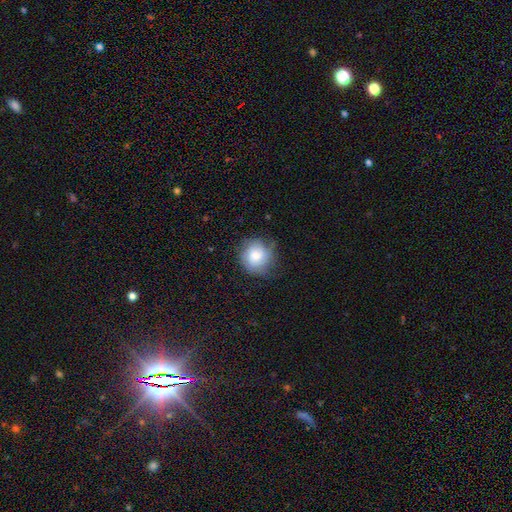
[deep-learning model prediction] Smooth or featured?
  - smooth: 61% *
  - featured or disk: 31%
  - star or artifact: 8%
How rounded?
  - round: 86% *
  - in between: 13%
  - cigar-shaped: 1%
Merging?
  - none: 64% *
  - minor disturbance: 26%
  - major disturbance: 9%
  - merger: 1%